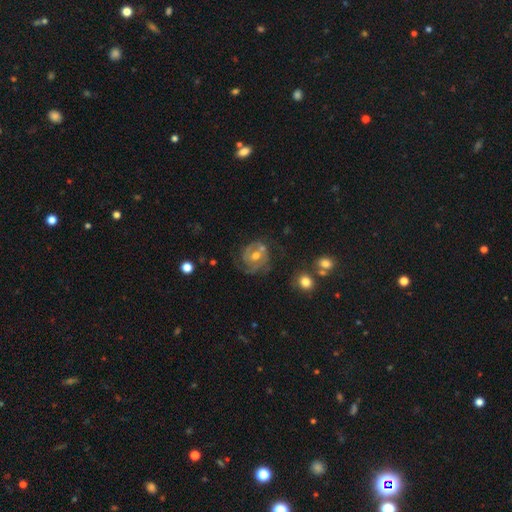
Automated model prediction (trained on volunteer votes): This is likely a featured or disk galaxy (78%). It is clearly not viewed edge-on (98%). Bar: possibly no (56%). Spiral arm pattern: clearly yes (89%). Spiral arm count: marginally 2 (45%). Spiral winding: possibly tight (52%). Central bulge: likely moderate (71%). Merging: possibly none (59%).